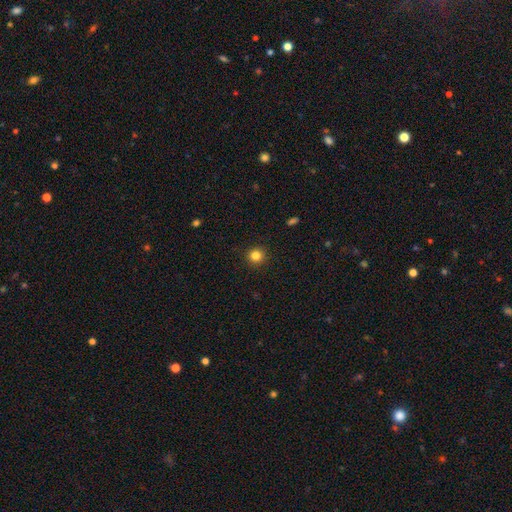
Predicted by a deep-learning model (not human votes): smooth_or_featured: smooth (p=0.84) [alt: star or artifact p=0.12]
how_rounded: round (p=0.93) [alt: in between p=0.06]
merging: none (p=0.92) [alt: minor disturbance p=0.05]